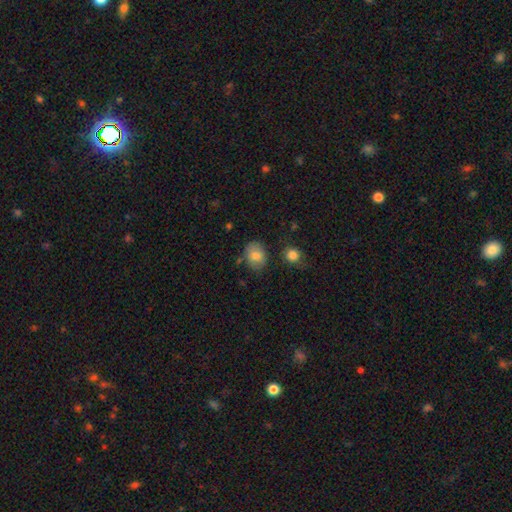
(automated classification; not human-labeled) A smooth galaxy with no disk features (80%) that is in between round and cigar-shaped (57%).

Vote fractions:
- Smooth or featured? smooth: 80% / featured or disk: 12% / star or artifact: 8%
- How rounded? in between: 57% / round: 42% / cigar-shaped: 1%
- Merging? none: 72% / minor disturbance: 19% / merger: 5% / major disturbance: 4%